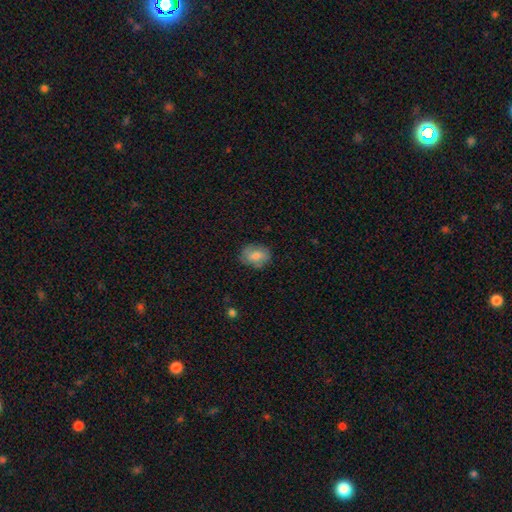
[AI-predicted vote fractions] This appears to be a smooth galaxy with no disk features (72%) that is in between round and cigar-shaped (72%). Merging: none (77%).